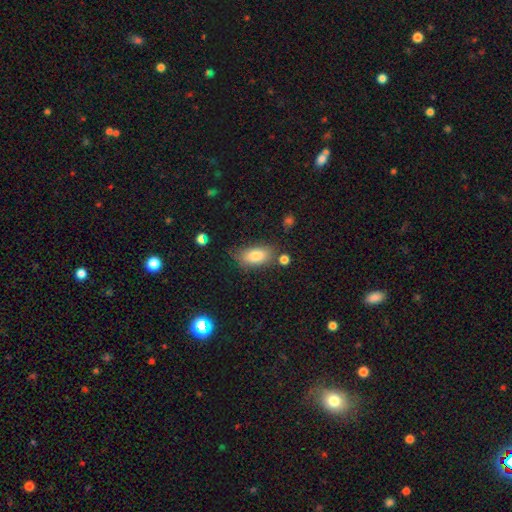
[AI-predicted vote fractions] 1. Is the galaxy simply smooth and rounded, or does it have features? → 83% smooth, 9% featured or disk, 8% star or artifact.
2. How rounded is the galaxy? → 90% in between, 6% cigar-shaped, 4% round.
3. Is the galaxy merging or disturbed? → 72% none, 17% minor disturbance, 6% merger, 5% major disturbance.